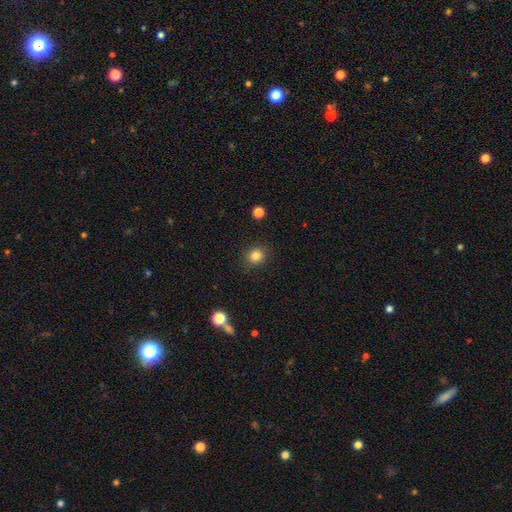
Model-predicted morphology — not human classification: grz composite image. It shows a smooth galaxy with no disk features (83%) that is round (77%). Merging: none (88%).